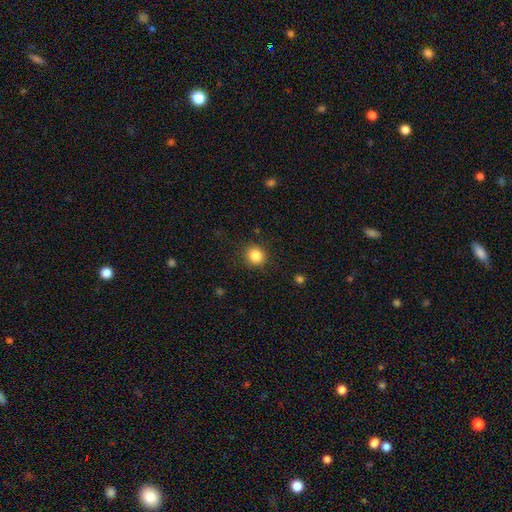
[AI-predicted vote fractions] Smooth or featured?
  - smooth: 85% *
  - star or artifact: 10%
  - featured or disk: 5%
How rounded?
  - round: 86% *
  - in between: 13%
  - cigar-shaped: 1%
Merging?
  - none: 88% *
  - minor disturbance: 8%
  - major disturbance: 3%
  - merger: 1%